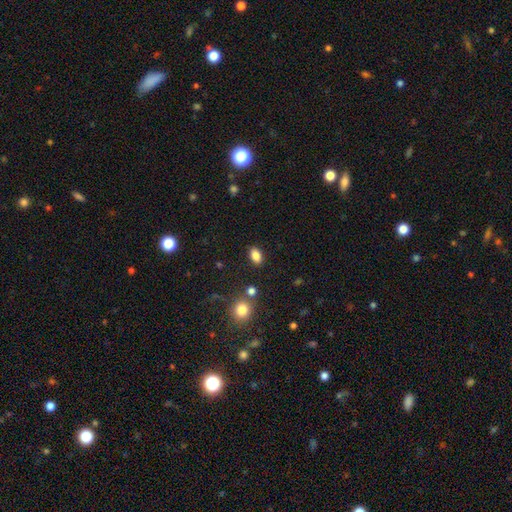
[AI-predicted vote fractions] A smooth galaxy with no disk features (85%) that is in between round and cigar-shaped (85%). Merging: none (85%).